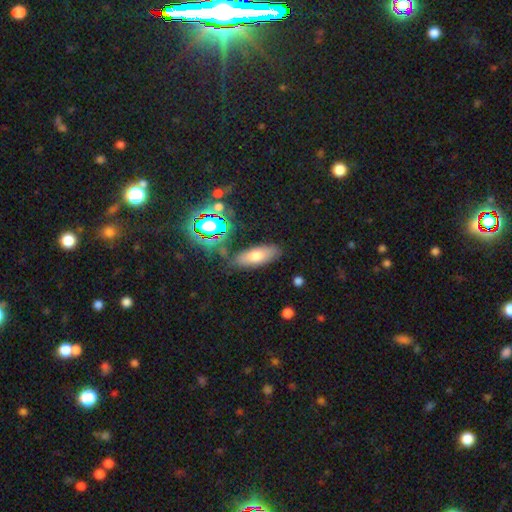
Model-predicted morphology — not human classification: A smooth galaxy with no disk features (68%) that is in between round and cigar-shaped (70%). Merging: none (79%).